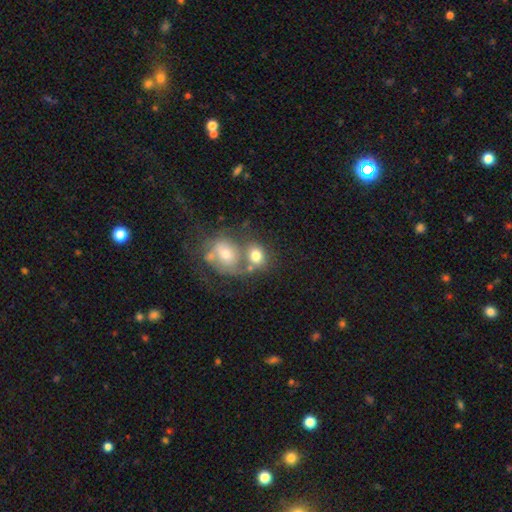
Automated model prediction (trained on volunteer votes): This is likely a smooth galaxy (67%). How rounded: possibly round (58%). Merging: possibly merger (53%).